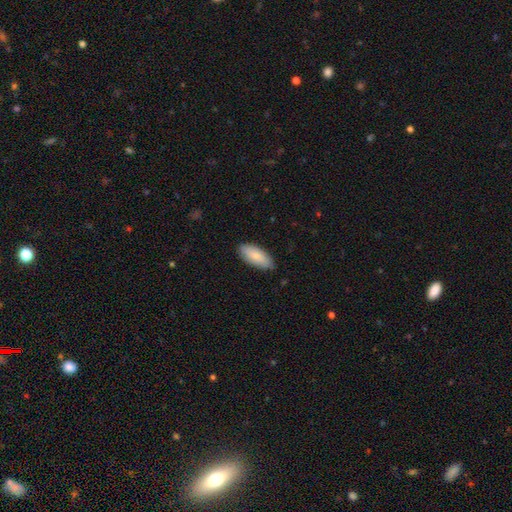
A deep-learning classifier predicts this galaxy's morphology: The model was most divided on "merging": none: 84%, minor disturbance: 13%, major disturbance: 2%, merger: 1%. More confident: how rounded — in between (86%); smooth or featured — smooth (83%).